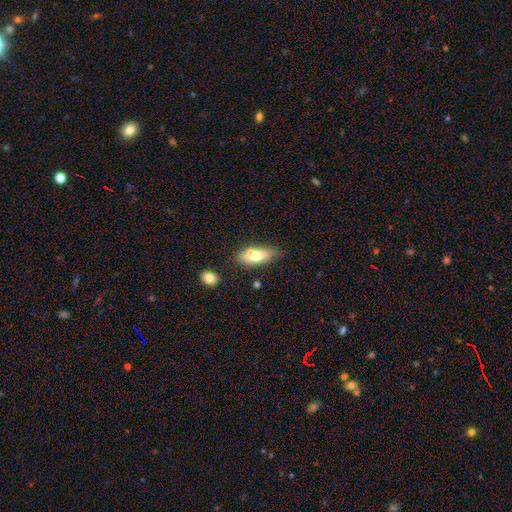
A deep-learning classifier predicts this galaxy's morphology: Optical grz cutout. It shows a smooth galaxy with no disk features (66%) that is in between round and cigar-shaped (75%). Merging: none (52%).